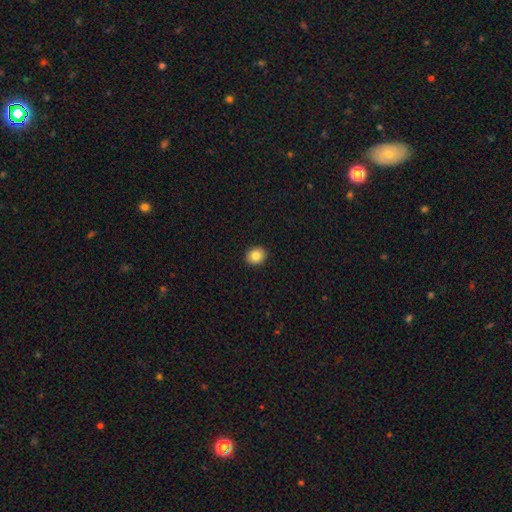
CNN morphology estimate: Smooth or featured? smooth (84%)
How rounded? round (71%)
Merging? none (92%)